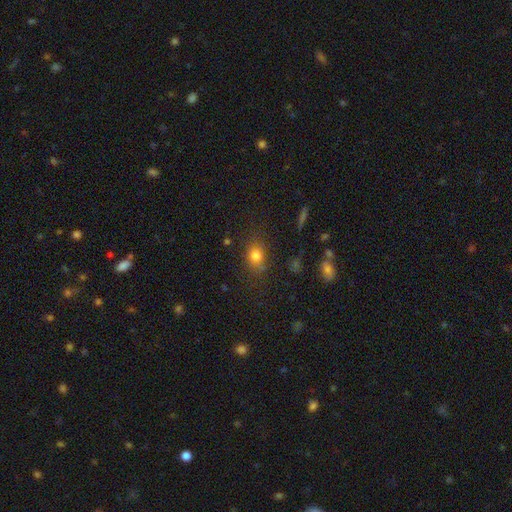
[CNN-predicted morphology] smooth 79%, star or artifact 13%, featured or disk 8%. Down the decision tree: how rounded — round (53%); merging — none (74%).